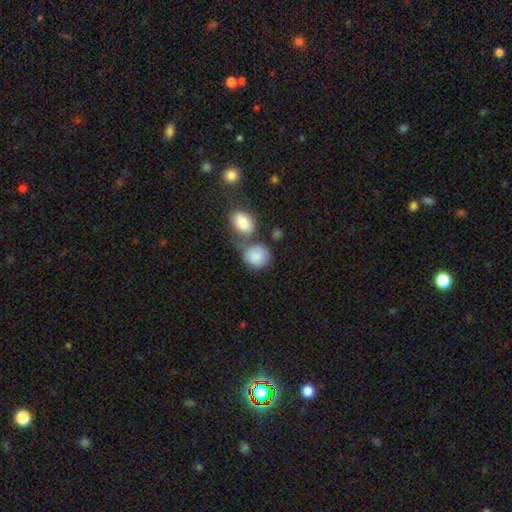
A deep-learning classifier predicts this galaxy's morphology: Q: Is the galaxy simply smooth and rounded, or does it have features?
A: smooth — 85%.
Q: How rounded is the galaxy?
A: round — 75%.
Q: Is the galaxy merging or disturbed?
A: none — 47%.